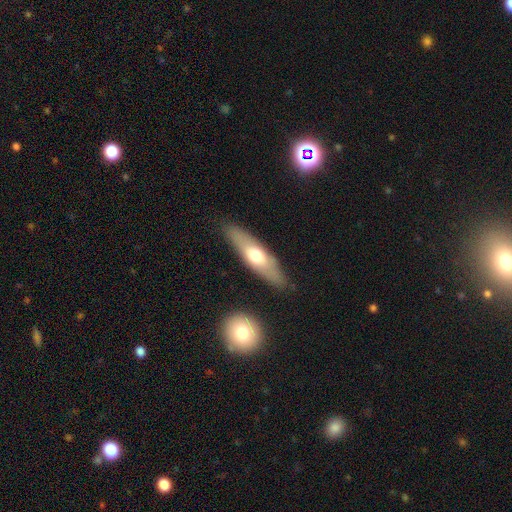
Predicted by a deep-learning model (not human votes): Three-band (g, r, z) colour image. It shows a smooth galaxy with no disk features (55%) that is cigar-shaped (57%). Merging: none (85%).